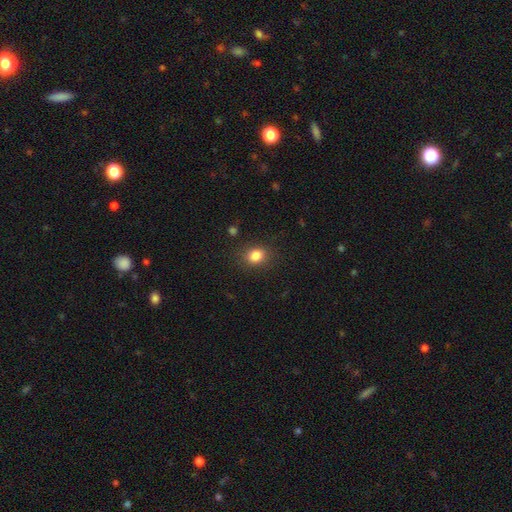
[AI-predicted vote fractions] This appears to be a smooth galaxy with no disk features (83%) that is round (55%). Merging: none (85%).